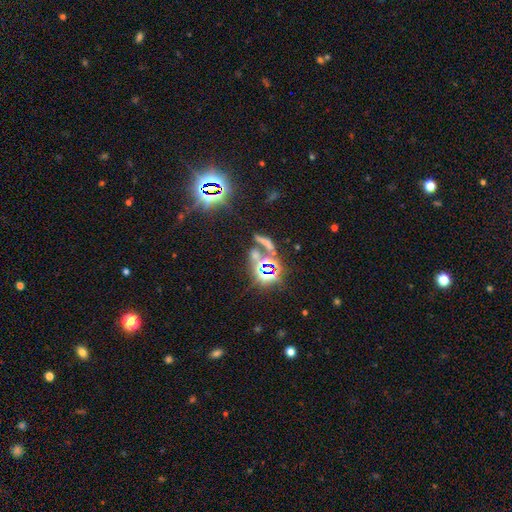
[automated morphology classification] The model was most divided on "smooth or featured": star or artifact: 62%, smooth: 25%, featured or disk: 13%.